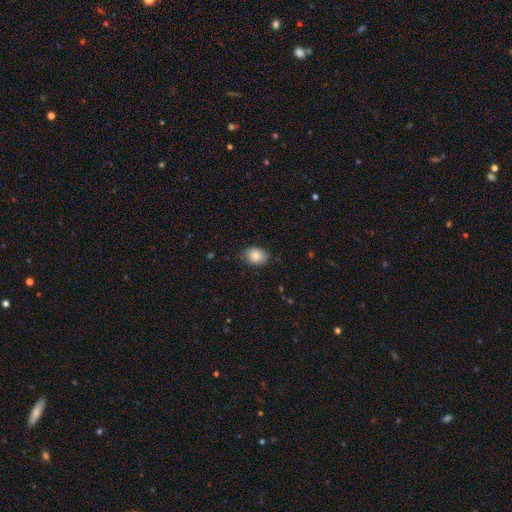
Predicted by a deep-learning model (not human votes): smooth 84%, star or artifact 8%, featured or disk 8%. Down the decision tree: how rounded — in between (66%); merging — none (76%).